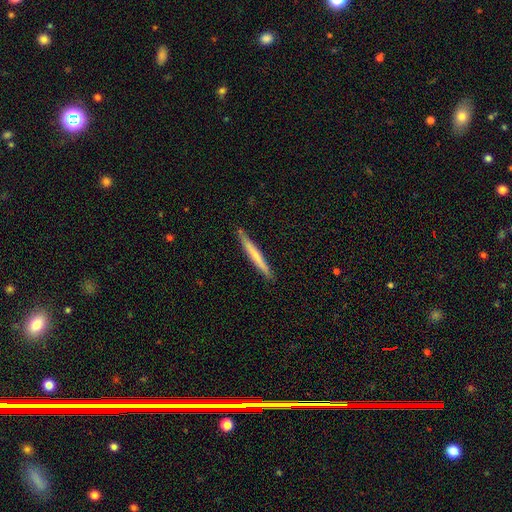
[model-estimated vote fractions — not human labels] Q: Smooth or featured?
A: smooth (60%); runner-up: featured or disk (34%)
Q: How rounded?
A: cigar-shaped (97%); runner-up: in between (2%)
Q: Merging?
A: none (89%); runner-up: minor disturbance (8%)